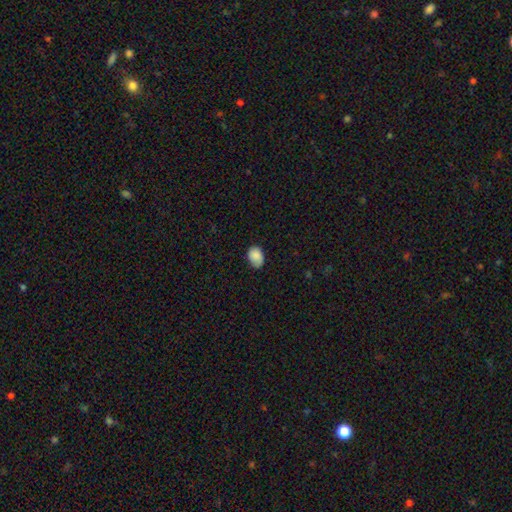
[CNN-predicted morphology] A smooth galaxy with no disk features (86%) that is in between round and cigar-shaped (77%). Merging: none (72%).